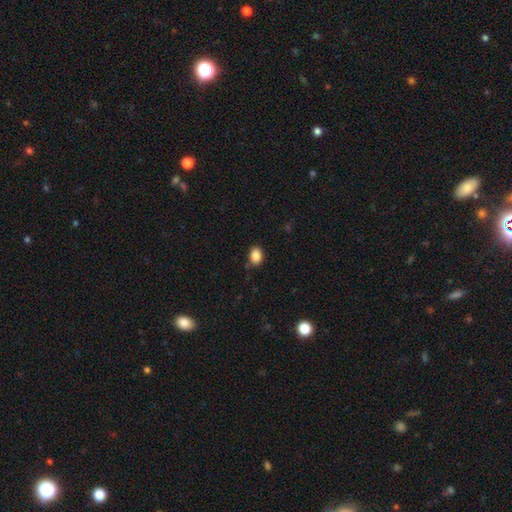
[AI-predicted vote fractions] smooth-or-featured: smooth: 86% | star or artifact: 9% | featured or disk: 5%
  how-rounded: in between: 74% | round: 25% | cigar-shaped: 1%
  merging: none: 81% | minor disturbance: 14% | major disturbance: 3% | merger: 2%